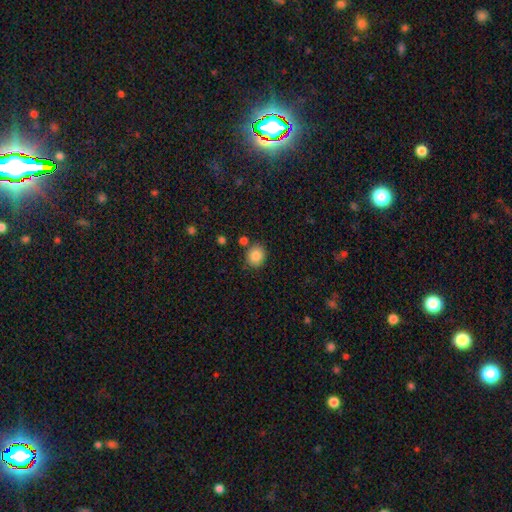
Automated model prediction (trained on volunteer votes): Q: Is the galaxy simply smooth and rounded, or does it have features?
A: smooth — 86%.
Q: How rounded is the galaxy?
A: round — 76%.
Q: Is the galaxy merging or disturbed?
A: none — 81%.